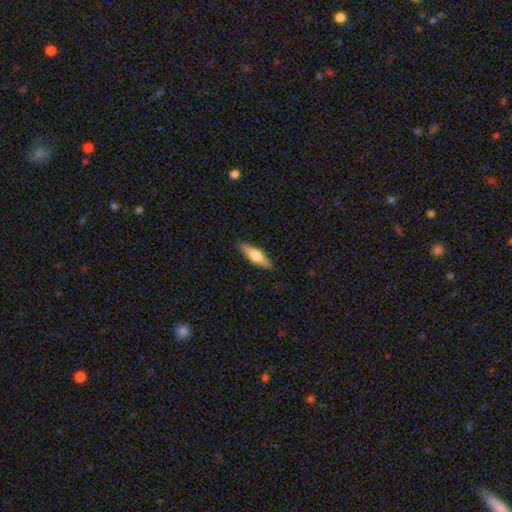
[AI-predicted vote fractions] Smooth or featured? smooth (58%)
How rounded? cigar-shaped (56%)
Merging? none (87%)